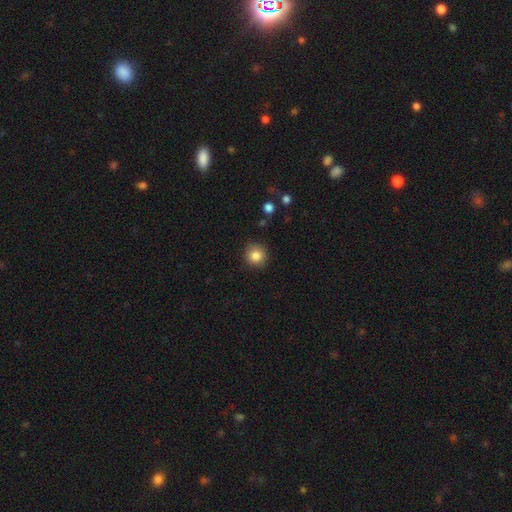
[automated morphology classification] smooth_or_featured: smooth (p=0.85) [alt: star or artifact p=0.10]
how_rounded: round (p=0.92) [alt: in between p=0.07]
merging: none (p=0.89) [alt: minor disturbance p=0.08]